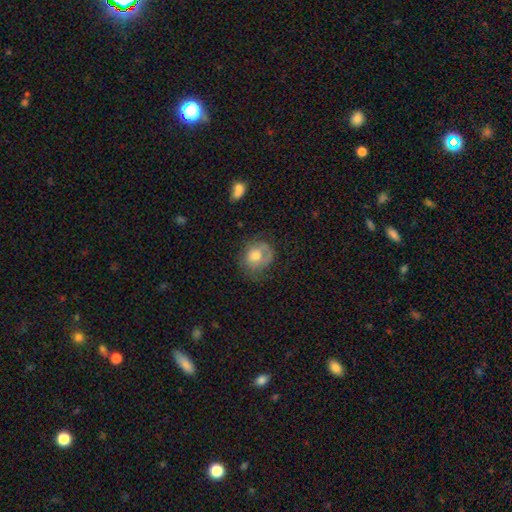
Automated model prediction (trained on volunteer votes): smooth_or_featured: smooth (p=0.55) [alt: featured or disk p=0.37]
how_rounded: round (p=0.62) [alt: in between p=0.37]
merging: none (p=0.48) [alt: minor disturbance p=0.27]